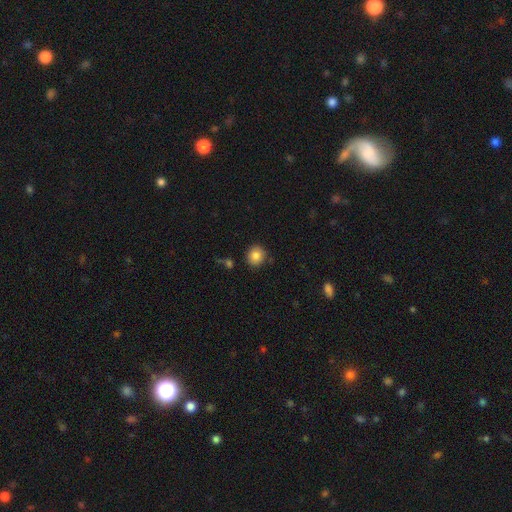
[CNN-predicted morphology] Smooth or featured: smooth — 84% (star or artifact — 10%)
How rounded: round — 86% (in between — 13%)
Merging: none — 85% (minor disturbance — 9%)